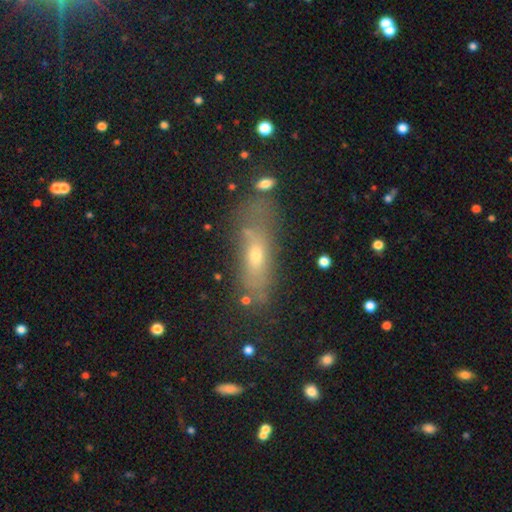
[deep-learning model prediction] Overall: smooth (46%; featured or disk 36%). Merging: none (71%).